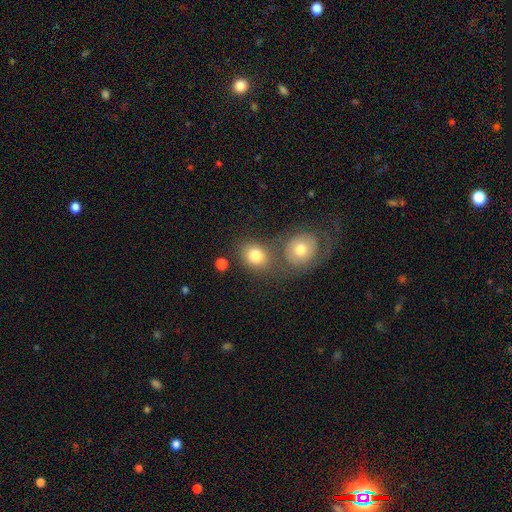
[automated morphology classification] Smooth or featured: smooth — 79% (featured or disk — 11%)
How rounded: round — 57% (in between — 42%)
Merging: none — 58% (merger — 25%)